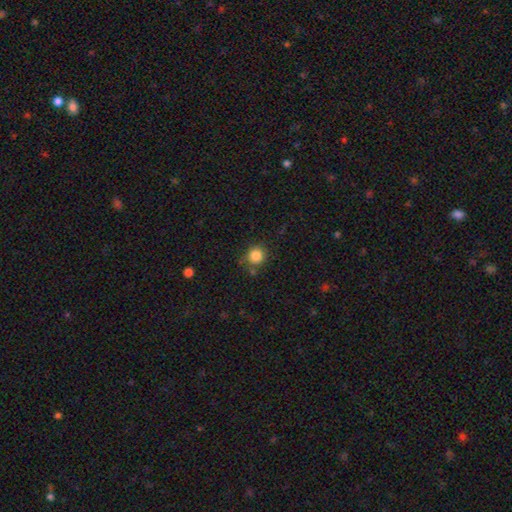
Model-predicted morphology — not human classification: smooth_or_featured: smooth (p=0.85) [alt: star or artifact p=0.11]
how_rounded: round (p=0.91) [alt: in between p=0.08]
merging: none (p=0.79) [alt: minor disturbance p=0.13]